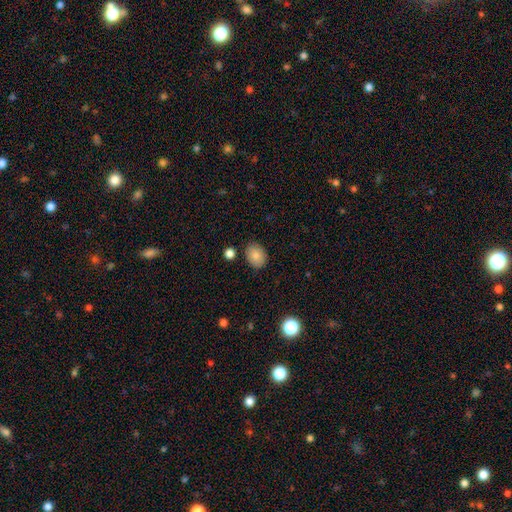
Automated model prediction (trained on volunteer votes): Smooth or featured? smooth (85%)
How rounded? in between (65%)
Merging? none (83%)